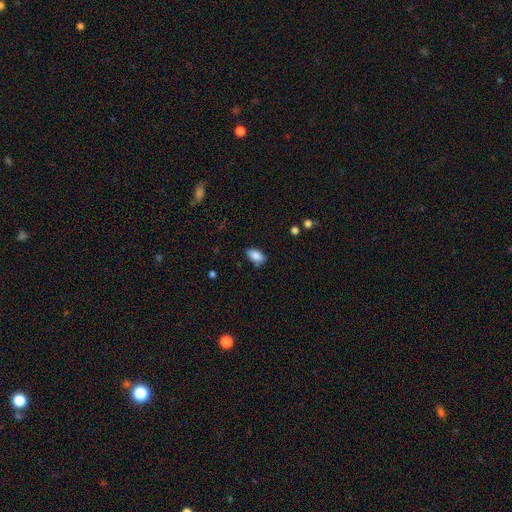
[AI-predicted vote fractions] smooth-or-featured: smooth: 87% | star or artifact: 8% | featured or disk: 5%
  how-rounded: in between: 92% | round: 4% | cigar-shaped: 4%
  merging: none: 79% | minor disturbance: 16% | major disturbance: 3% | merger: 2%